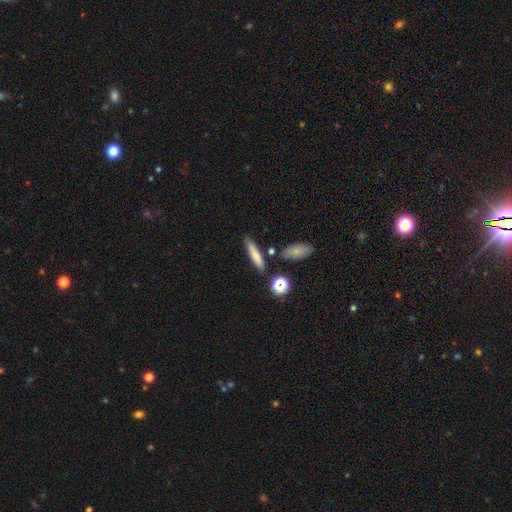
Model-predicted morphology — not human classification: A smooth galaxy with no disk features (74%) that is cigar-shaped (77%).

Vote fractions:
- Smooth or featured? smooth: 74% / featured or disk: 17% / star or artifact: 9%
- How rounded? cigar-shaped: 77% / in between: 19% / round: 4%
- Merging? none: 74% / minor disturbance: 14% / merger: 8% / major disturbance: 4%